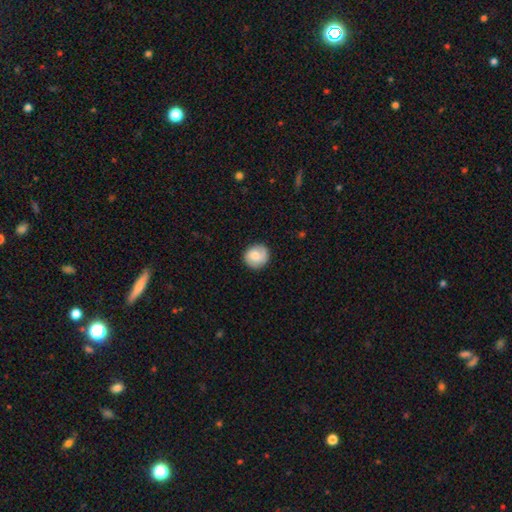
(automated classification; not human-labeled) Smooth or featured? smooth (68%)
How rounded? round (88%)
Merging? none (83%)